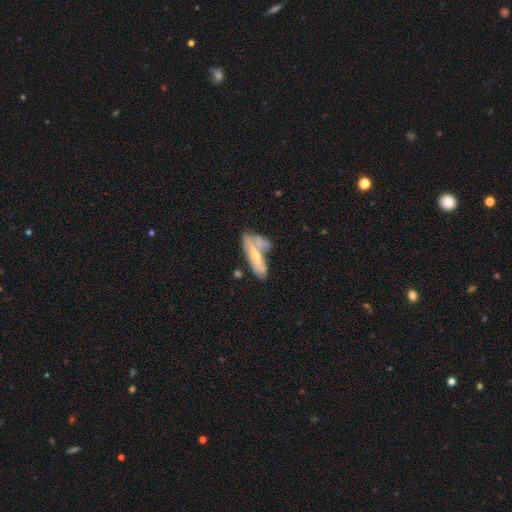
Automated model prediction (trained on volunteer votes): featured or disk 51%, smooth 42%, star or artifact 6%. Down the decision tree: edge-on disk — no (64%); merging — none (36%).